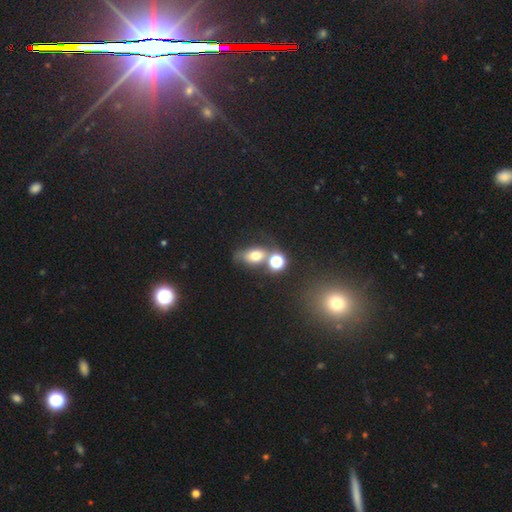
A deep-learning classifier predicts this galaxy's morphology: A smooth galaxy with no disk features (67%) that is in between round and cigar-shaped (67%).

Vote fractions:
- Smooth or featured? smooth: 67% / star or artifact: 17% / featured or disk: 15%
- How rounded? in between: 67% / round: 30% / cigar-shaped: 3%
- Merging? none: 44% / merger: 30% / minor disturbance: 16% / major disturbance: 11%